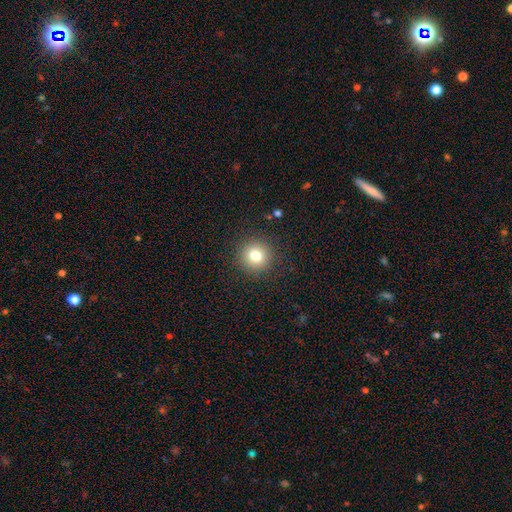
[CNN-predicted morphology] Smooth or featured?
  - smooth: 78% *
  - star or artifact: 13%
  - featured or disk: 9%
How rounded?
  - round: 94% *
  - in between: 5%
  - cigar-shaped: 1%
Merging?
  - none: 91% *
  - minor disturbance: 6%
  - major disturbance: 3%
  - merger: 1%